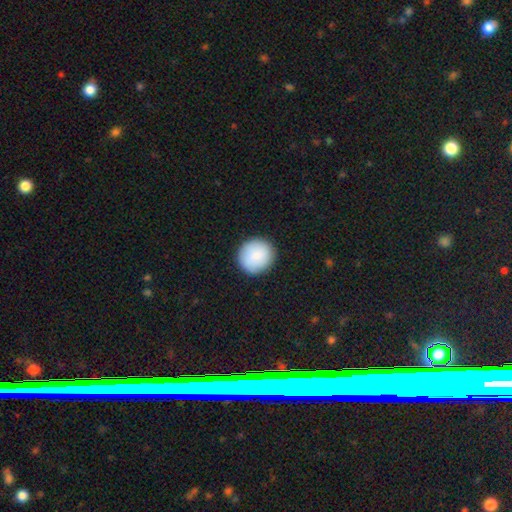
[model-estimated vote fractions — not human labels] This appears to be a smooth galaxy with no disk features (88%) that is round (91%). Merging: none (90%).